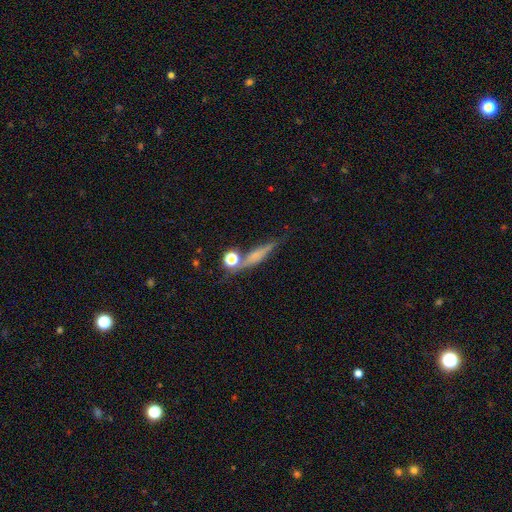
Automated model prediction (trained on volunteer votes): A smooth galaxy with no disk features (47%).

Vote fractions:
- Smooth or featured? smooth: 47% / featured or disk: 40% / star or artifact: 13%
- Merging? none: 60% / minor disturbance: 18% / merger: 13% / major disturbance: 9%